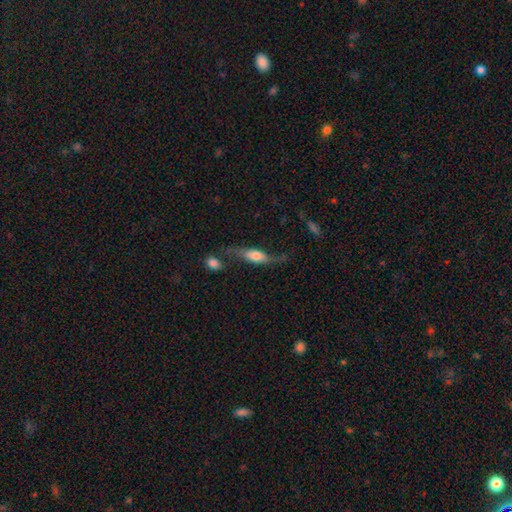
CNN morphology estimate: The model was most divided on "smooth or featured": featured or disk: 51%, smooth: 42%, star or artifact: 7%. Remaining: edge-on disk — yes (55%); merging — none (45%).